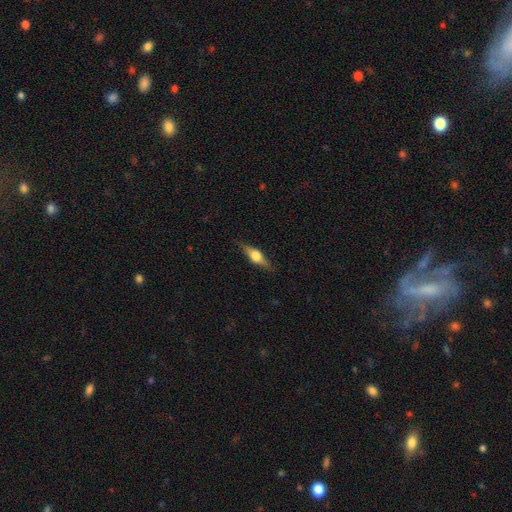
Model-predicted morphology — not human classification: A featured or disk galaxy (62%) viewed edge-on (95%) with a rounded central bulge (93%).

Vote fractions:
- Smooth or featured? featured or disk: 62% / smooth: 31% / star or artifact: 7%
- Edge-on disk? yes: 95% / no: 5%
- Edge-on bulge? rounded: 93% / boxy: 5% / none: 2%
- Merging? none: 85% / minor disturbance: 11% / major disturbance: 3% / merger: 1%